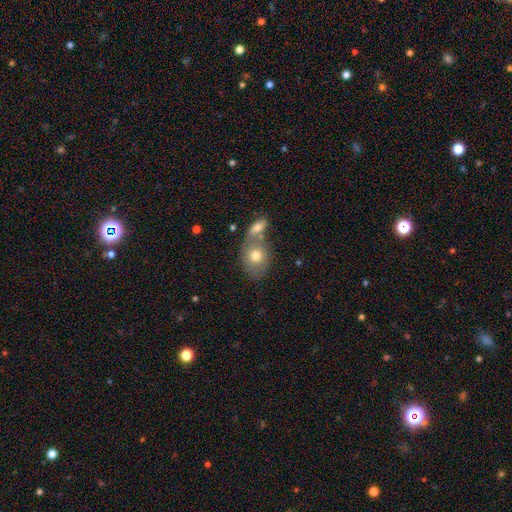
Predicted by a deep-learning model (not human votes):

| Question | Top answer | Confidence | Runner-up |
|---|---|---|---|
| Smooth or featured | smooth | 72% | featured or disk (21%) |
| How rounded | in between | 63% | round (36%) |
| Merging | merger | 45% | none (39%) |